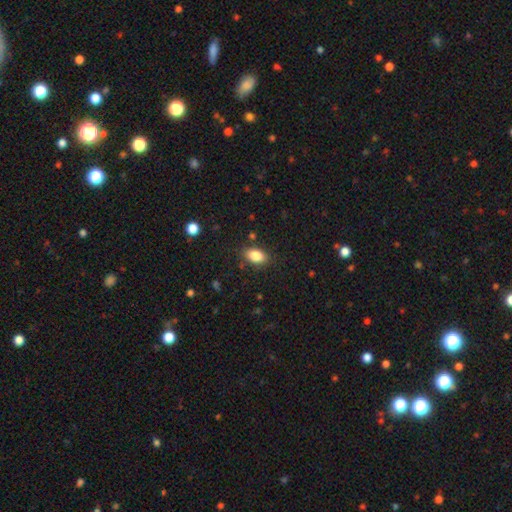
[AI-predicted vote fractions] Smooth or featured: smooth — 85% (star or artifact — 8%)
How rounded: in between — 89% (round — 8%)
Merging: none — 84% (minor disturbance — 11%)